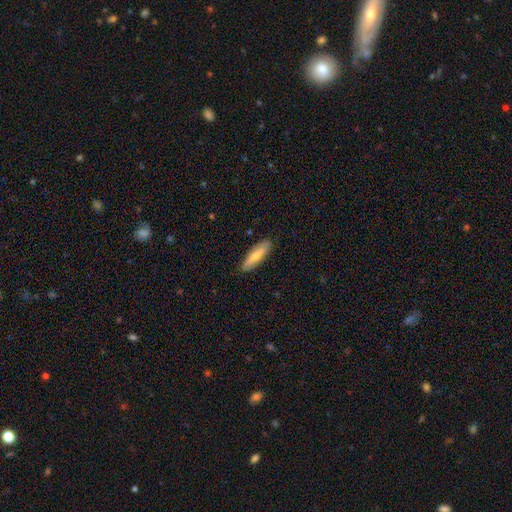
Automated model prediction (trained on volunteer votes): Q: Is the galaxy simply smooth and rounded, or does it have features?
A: smooth — 66%.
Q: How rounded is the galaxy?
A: cigar-shaped — 65%.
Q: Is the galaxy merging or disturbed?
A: none — 87%.